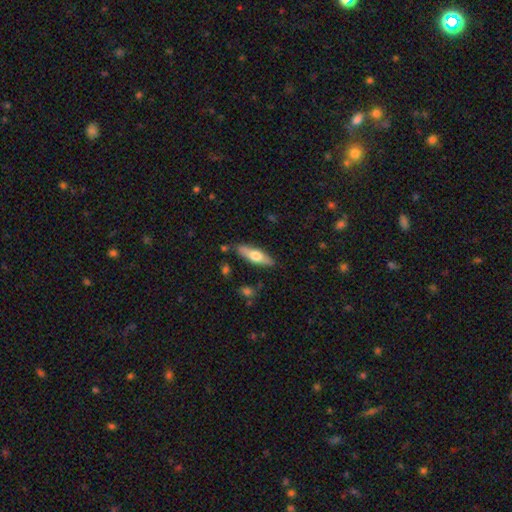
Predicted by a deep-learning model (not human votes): A smooth galaxy with no disk features (56%) that is cigar-shaped (55%). Merging: none (81%).